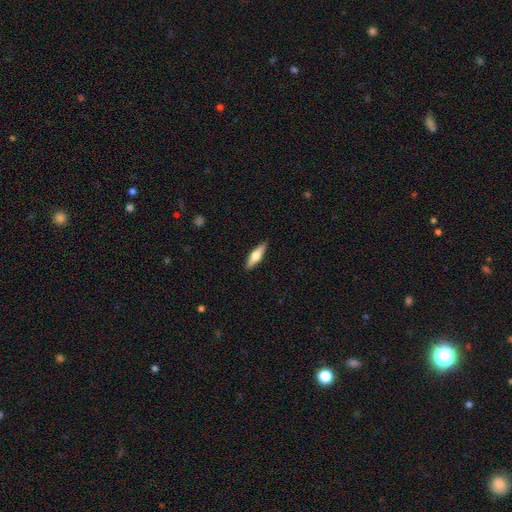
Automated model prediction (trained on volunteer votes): Smooth or featured?
  - smooth: 49% *
  - featured or disk: 46%
  - star or artifact: 6%
Merging?
  - none: 90% *
  - minor disturbance: 8%
  - major disturbance: 2%
  - merger: 1%